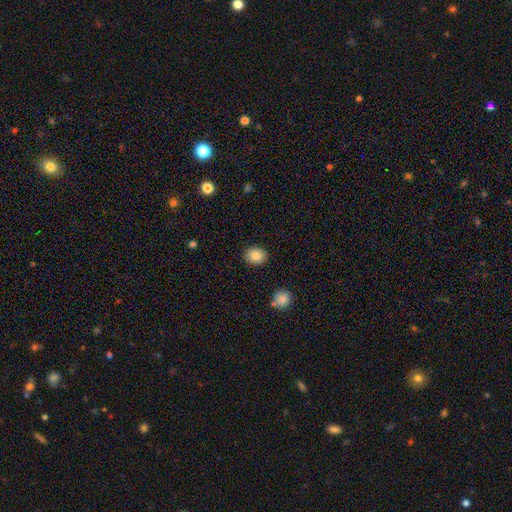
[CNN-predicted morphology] This is clearly a smooth galaxy (86%). How rounded: possibly round (58%). Merging: clearly none (89%).